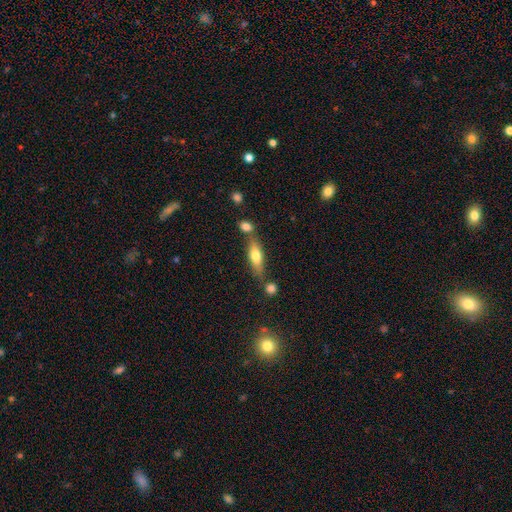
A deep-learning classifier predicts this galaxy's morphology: A smooth galaxy with no disk features (66%) that is in between round and cigar-shaped (53%).

Vote fractions:
- Smooth or featured? smooth: 66% / featured or disk: 28% / star or artifact: 7%
- How rounded? in between: 53% / cigar-shaped: 44% / round: 3%
- Merging? none: 61% / merger: 20% / minor disturbance: 15% / major disturbance: 4%